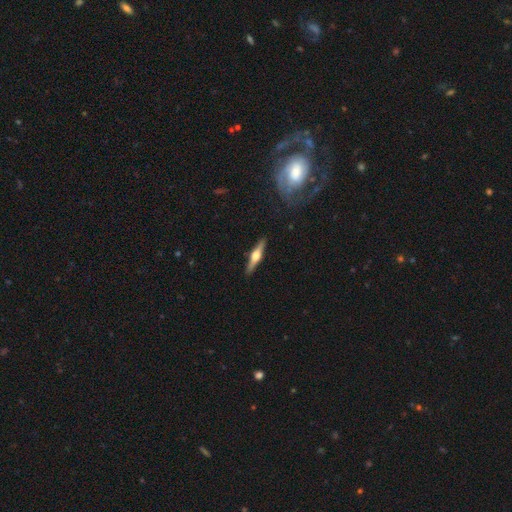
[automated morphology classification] Q: Smooth or featured?
A: featured or disk (71%); runner-up: smooth (24%)
Q: Edge-on disk?
A: yes (97%); runner-up: no (3%)
Q: Edge-on bulge?
A: rounded (94%); runner-up: boxy (4%)
Q: Merging?
A: none (90%); runner-up: minor disturbance (7%)